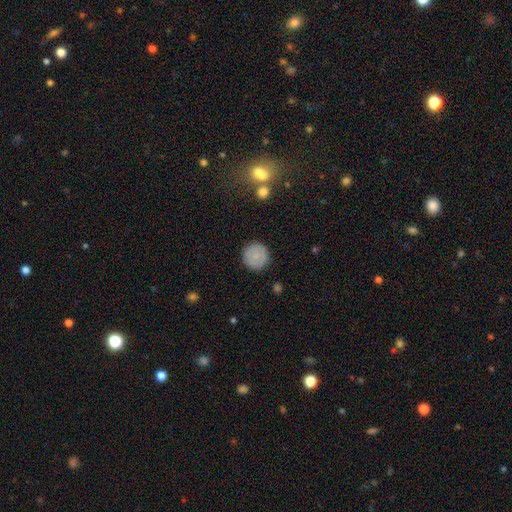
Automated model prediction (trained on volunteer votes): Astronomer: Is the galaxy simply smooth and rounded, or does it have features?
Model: smooth — 83%.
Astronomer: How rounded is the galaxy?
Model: round — 95%.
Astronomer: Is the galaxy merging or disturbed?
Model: none — 90%.